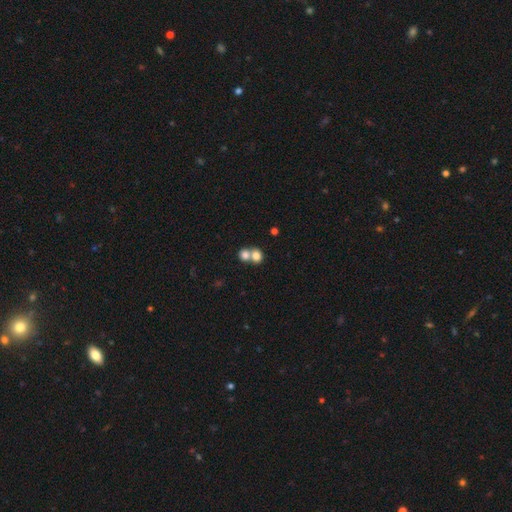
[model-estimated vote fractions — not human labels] Morphology: type=smooth (78%); roundness=round (68%); merging=merger (62%).